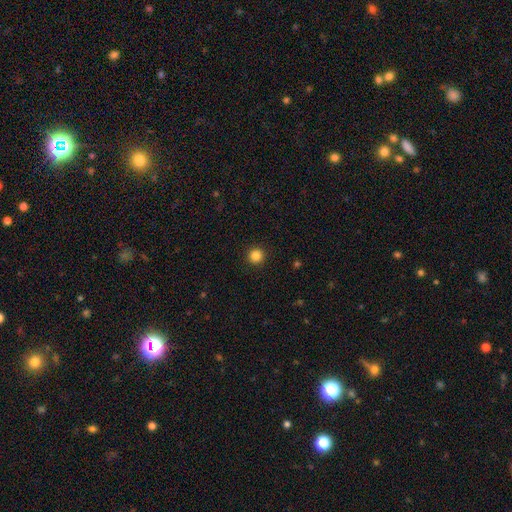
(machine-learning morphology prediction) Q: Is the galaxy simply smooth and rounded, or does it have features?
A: smooth — 85%.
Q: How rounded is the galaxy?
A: round — 96%.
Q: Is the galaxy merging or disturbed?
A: none — 93%.